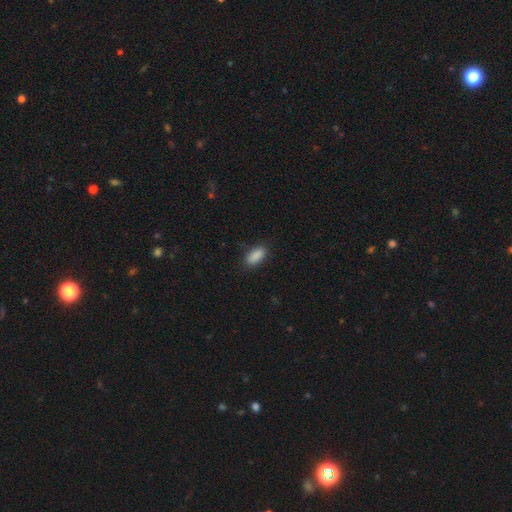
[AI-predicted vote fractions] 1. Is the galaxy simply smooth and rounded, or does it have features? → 89% smooth, 7% star or artifact, 3% featured or disk.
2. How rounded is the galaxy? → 86% in between, 11% cigar-shaped, 3% round.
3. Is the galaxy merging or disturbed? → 85% none, 11% minor disturbance, 3% major disturbance, 1% merger.